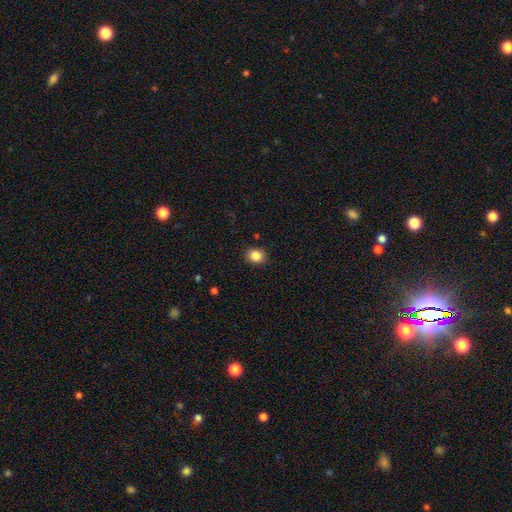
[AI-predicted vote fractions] Q: Smooth or featured?
A: smooth (86%); runner-up: star or artifact (10%)
Q: How rounded?
A: round (59%); runner-up: in between (40%)
Q: Merging?
A: none (89%); runner-up: minor disturbance (8%)